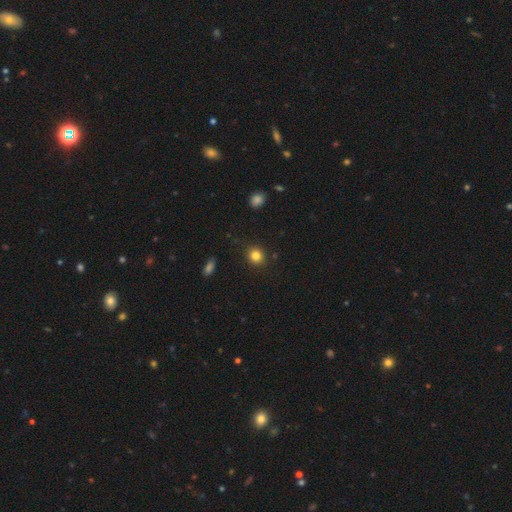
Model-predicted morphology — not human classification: The model was most divided on "how rounded": round: 84%, in between: 15%, cigar-shaped: 1%. More confident: merging — none (89%); smooth or featured — smooth (83%).